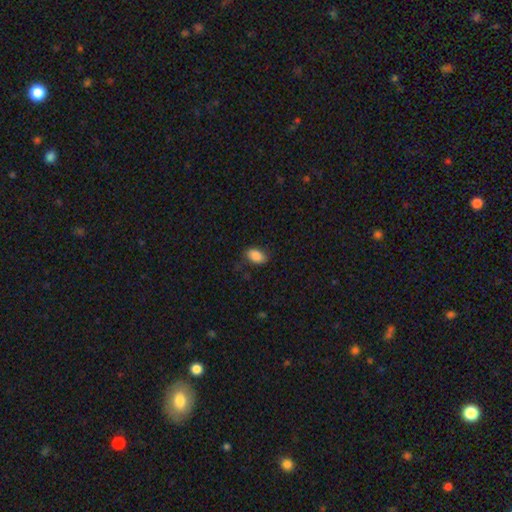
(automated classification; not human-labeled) A smooth galaxy with no disk features (87%) that is in between round and cigar-shaped (91%). Merging: none (76%).